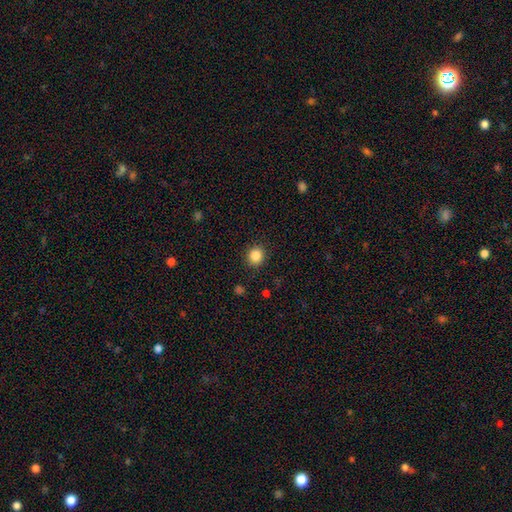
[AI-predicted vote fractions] Q: Smooth or featured?
A: smooth (85%); runner-up: star or artifact (11%)
Q: How rounded?
A: round (88%); runner-up: in between (11%)
Q: Merging?
A: none (90%); runner-up: minor disturbance (6%)